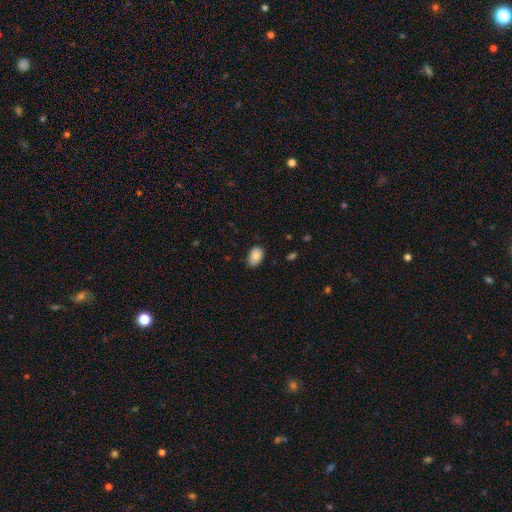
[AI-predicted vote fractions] Smooth or featured?
  - smooth: 85% *
  - star or artifact: 7%
  - featured or disk: 7%
How rounded?
  - in between: 86% *
  - round: 13%
  - cigar-shaped: 1%
Merging?
  - none: 81% *
  - minor disturbance: 15%
  - major disturbance: 2%
  - merger: 1%